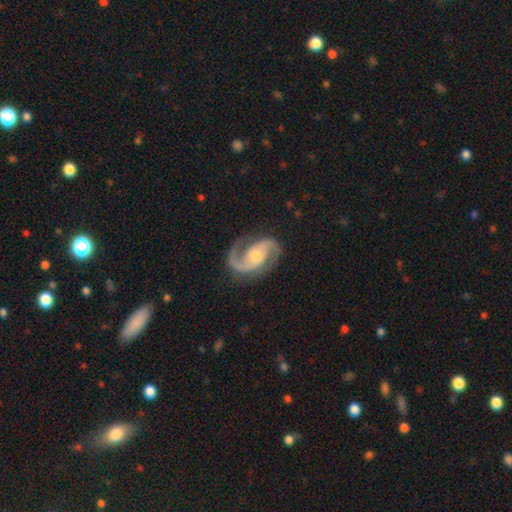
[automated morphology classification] type=featured or disk (93%); edge-on=no (98%); bar=no (46%); spiral arms=yes (98%); winding=medium (59%); arm count=2 (93%); bulge=moderate (59%); merging=none (80%).